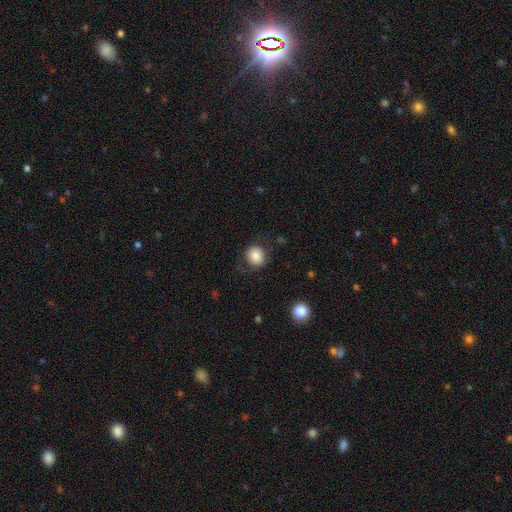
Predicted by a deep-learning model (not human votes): Overall: smooth (84%). How rounded: round (85%). Merging: none (77%).